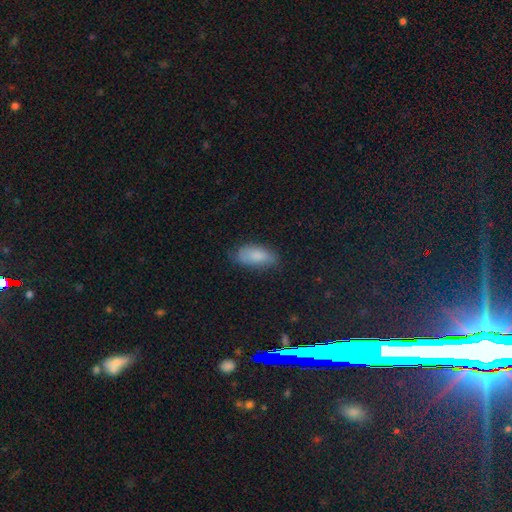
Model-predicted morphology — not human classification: This is clearly a smooth galaxy (82%). How rounded: clearly in between (88%). Merging: likely none (70%).